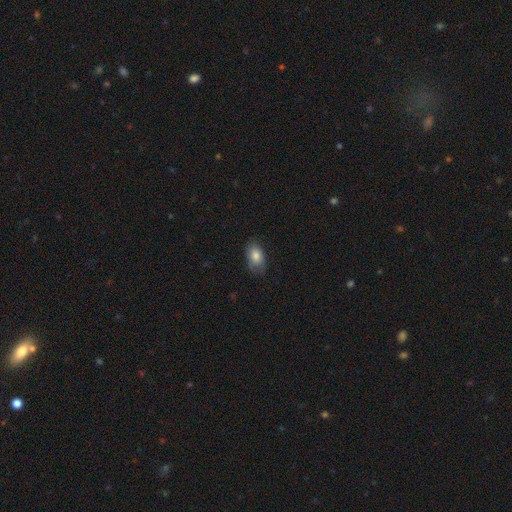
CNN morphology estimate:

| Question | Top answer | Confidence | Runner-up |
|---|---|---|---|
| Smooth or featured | smooth | 82% | featured or disk (10%) |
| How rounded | in between | 89% | round (10%) |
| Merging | none | 73% | minor disturbance (22%) |